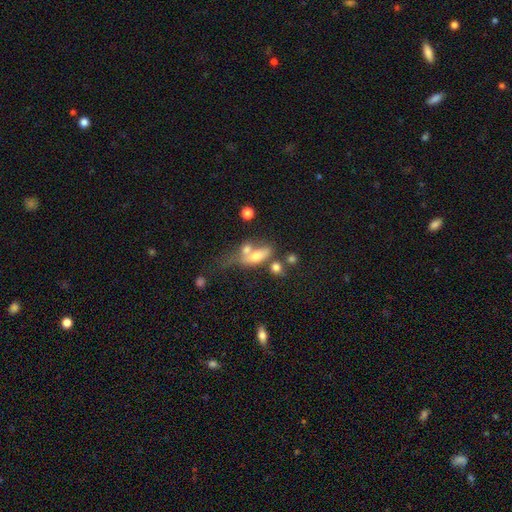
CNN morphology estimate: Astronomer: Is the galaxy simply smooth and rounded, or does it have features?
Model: smooth — 56% (runner-up: featured or disk, 33%).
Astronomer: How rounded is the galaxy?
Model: in between — 68%.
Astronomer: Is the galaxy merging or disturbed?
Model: merger — 43% (runner-up: none, 24%).